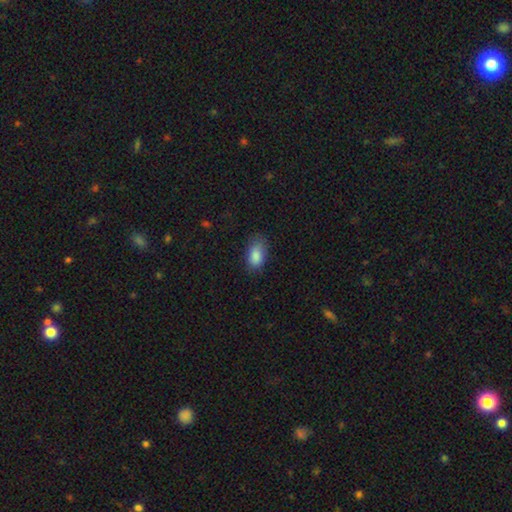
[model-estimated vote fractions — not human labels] This appears to be a smooth galaxy with no disk features (87%) that is in between round and cigar-shaped (91%). Merging: none (68%).